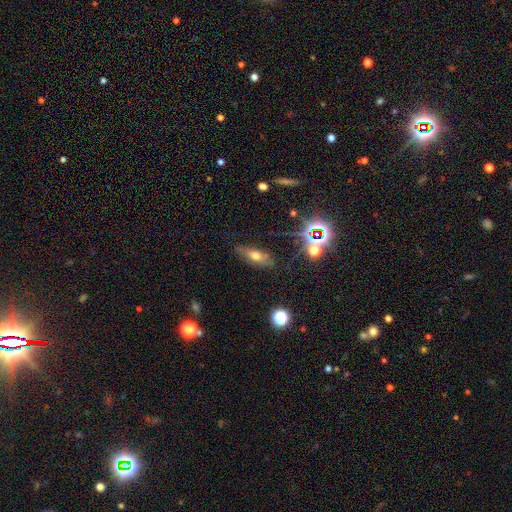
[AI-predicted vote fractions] Smooth or featured? smooth (52%)
How rounded? in between (62%)
Merging? none (73%)